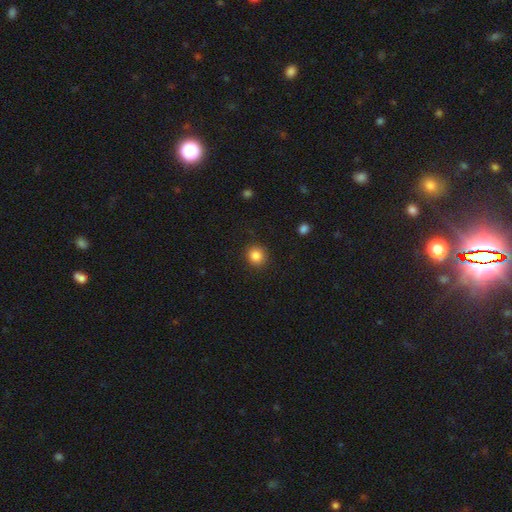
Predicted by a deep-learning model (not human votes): Q: Smooth or featured?
A: smooth (85%); runner-up: star or artifact (10%)
Q: How rounded?
A: round (89%); runner-up: in between (10%)
Q: Merging?
A: none (90%); runner-up: minor disturbance (7%)